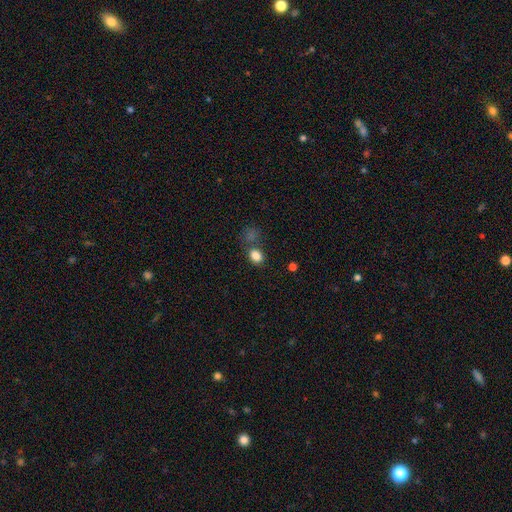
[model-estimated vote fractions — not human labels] smooth-or-featured: smooth: 84% | star or artifact: 11% | featured or disk: 5%
  how-rounded: in between: 59% | round: 40% | cigar-shaped: 1%
  merging: none: 64% | merger: 15% | minor disturbance: 14% | major disturbance: 6%